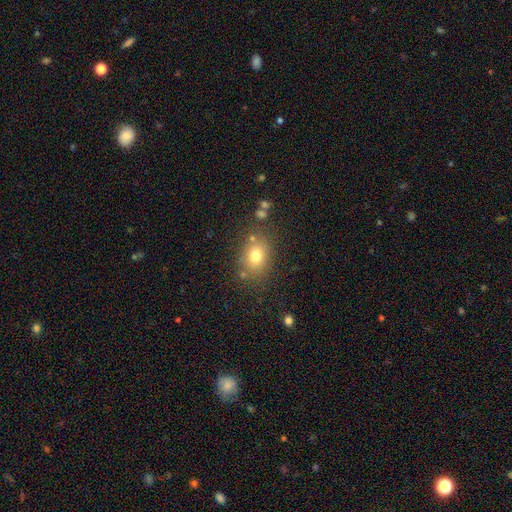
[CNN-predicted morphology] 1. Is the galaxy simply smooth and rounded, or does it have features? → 75% smooth, 13% star or artifact, 12% featured or disk.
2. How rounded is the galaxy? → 56% in between, 43% round, 1% cigar-shaped.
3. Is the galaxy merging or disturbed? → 76% none, 13% minor disturbance, 6% merger, 5% major disturbance.